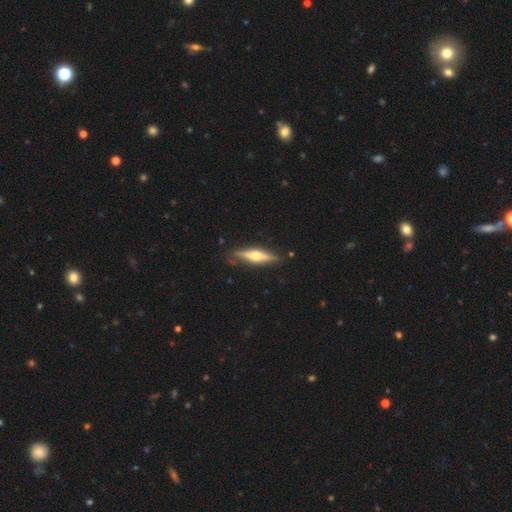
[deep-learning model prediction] Smooth or featured? Predicted: featured or disk (p=0.67). Edge-on disk? Predicted: yes (p=0.96). Edge-on bulge? Predicted: rounded (p=0.91). Merging? Predicted: none (p=0.83).